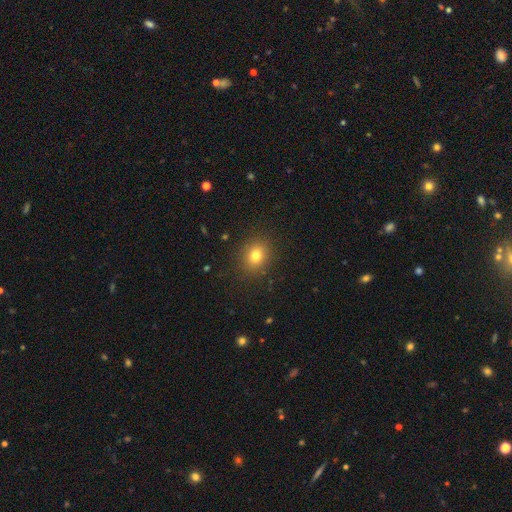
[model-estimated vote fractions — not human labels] smooth 78%, star or artifact 14%, featured or disk 9%. Down the decision tree: how rounded — round (68%); merging — none (88%).